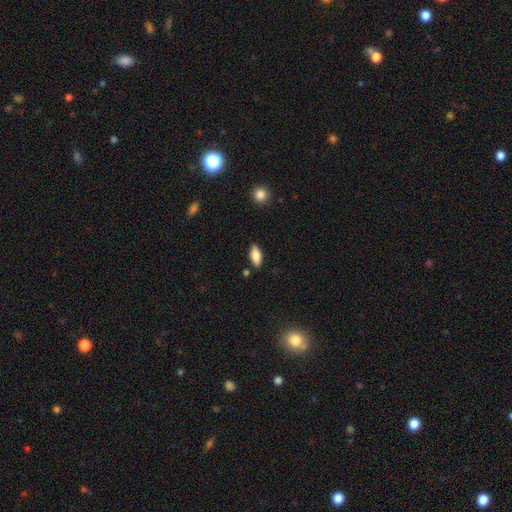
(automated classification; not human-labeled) A smooth galaxy with no disk features (81%) that is in between round and cigar-shaped (82%). Merging: none (85%).